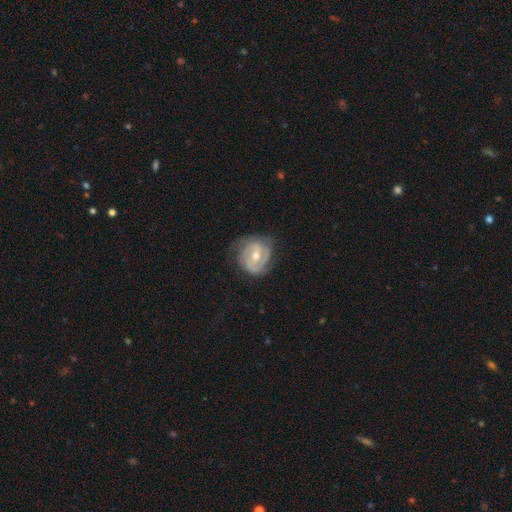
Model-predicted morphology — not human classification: The model was most divided on "bar": weak: 44%, no: 37%, strong: 19%. Remaining: edge-on disk — no (97%); spiral arms — yes (94%); smooth or featured — featured or disk (84%); merging — none (71%); bulge size — moderate (65%); spiral winding — tight (60%); spiral arm count — 2 (49%).